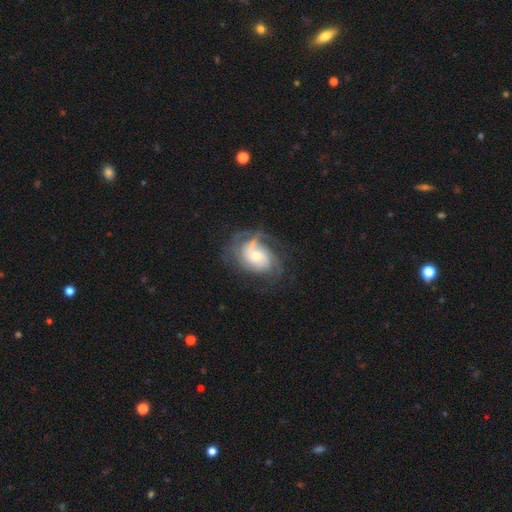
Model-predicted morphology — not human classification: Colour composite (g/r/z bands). It shows a featured or disk galaxy (80%) with no bar (68%), tight (48%) spiral arms (93%) and a small central bulge (45%). Merging: none (60%).